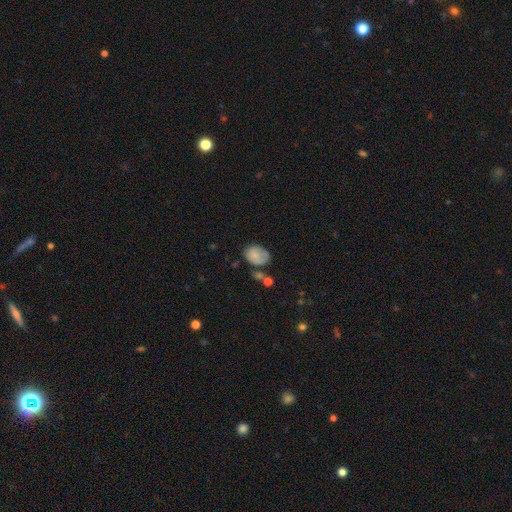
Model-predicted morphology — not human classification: The model was most divided on "merging": none: 52%, minor disturbance: 29%, major disturbance: 10%, merger: 9%. More confident: smooth or featured — smooth (73%); how rounded — in between (66%).